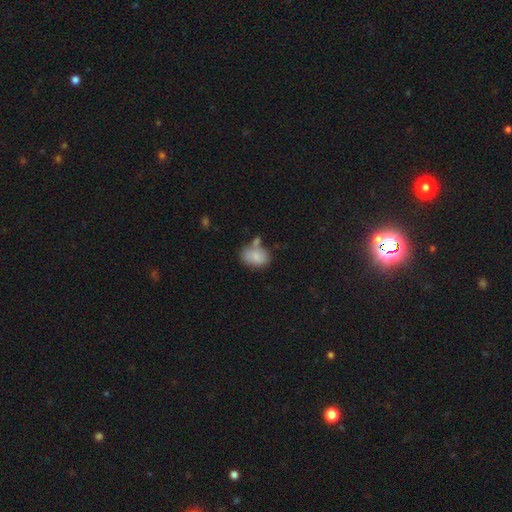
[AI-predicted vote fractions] This appears to be a smooth galaxy with no disk features (82%) that is in between round and cigar-shaped (78%). Merging: none (52%).